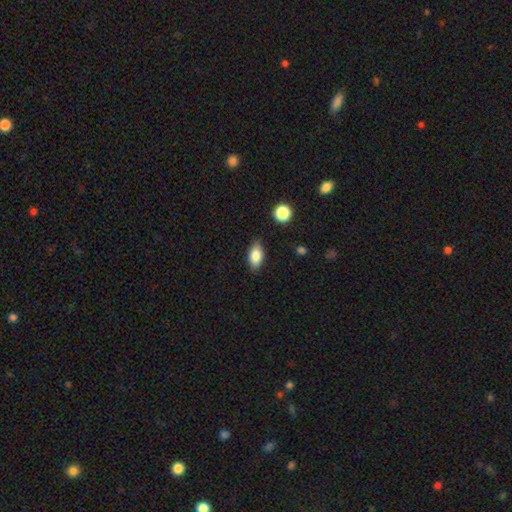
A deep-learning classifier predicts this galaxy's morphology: Q: Smooth or featured?
A: smooth (83%); runner-up: featured or disk (9%)
Q: How rounded?
A: in between (89%); runner-up: round (6%)
Q: Merging?
A: none (83%); runner-up: minor disturbance (13%)